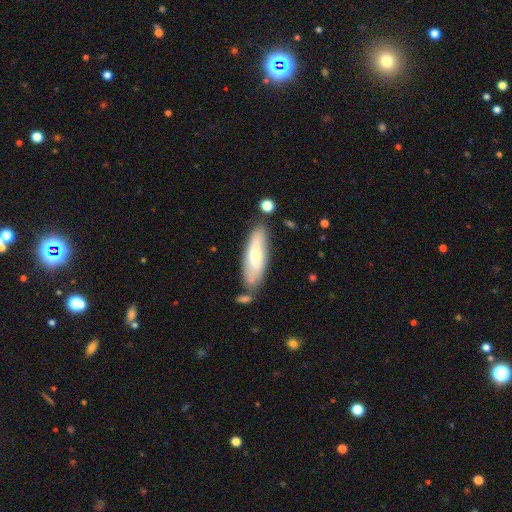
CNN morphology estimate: The model was most divided on "how rounded" (2-way tie): in between: 49%, cigar-shaped: 49%, round: 2%. More confident: merging — none (69%); smooth or featured — smooth (58%).